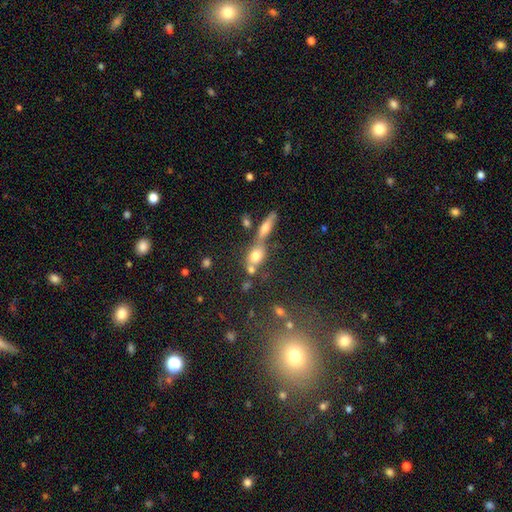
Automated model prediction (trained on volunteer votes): Smooth or featured: smooth — 69% (featured or disk — 17%)
How rounded: in between — 48% (round — 44%)
Merging: merger — 47% (none — 36%)